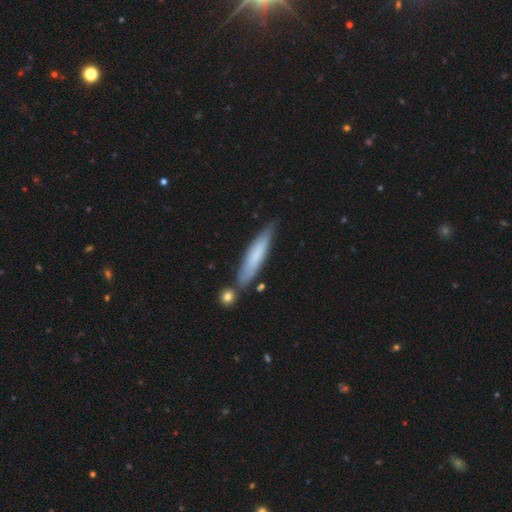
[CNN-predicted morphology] Overall: smooth (68%). How rounded: cigar-shaped (87%). Merging: none (76%).